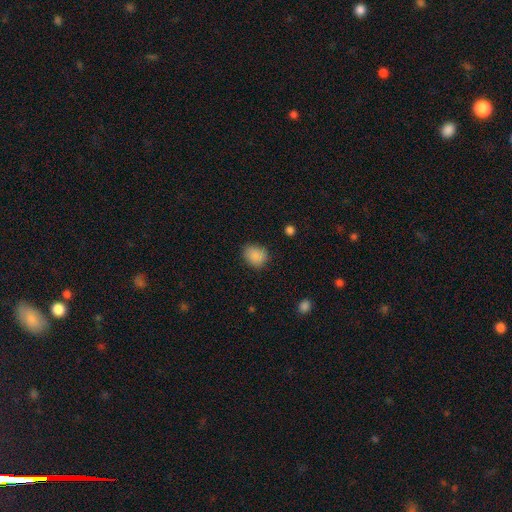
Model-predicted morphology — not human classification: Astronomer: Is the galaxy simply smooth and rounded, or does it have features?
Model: smooth — 87%.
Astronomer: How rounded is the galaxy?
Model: round — 58% (runner-up: in between, 41%).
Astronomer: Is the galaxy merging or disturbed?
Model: none — 81%.